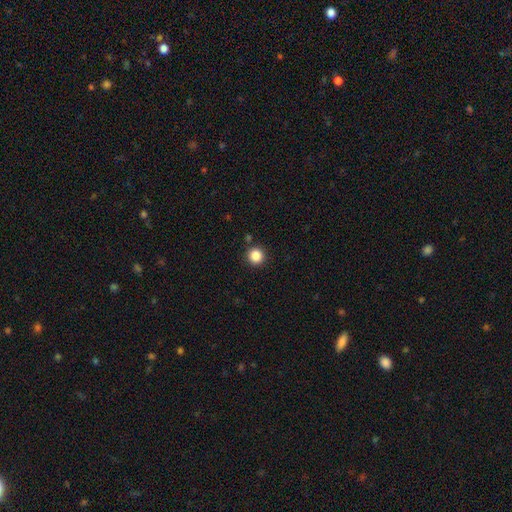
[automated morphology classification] The model was most divided on "smooth or featured": smooth: 86%, star or artifact: 11%, featured or disk: 3%. More confident: how rounded — round (95%); merging — none (90%).